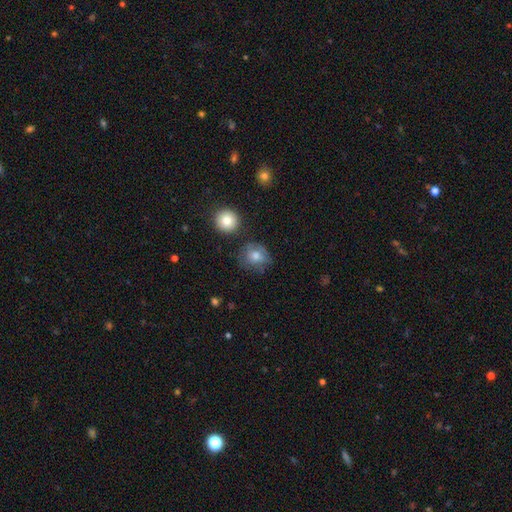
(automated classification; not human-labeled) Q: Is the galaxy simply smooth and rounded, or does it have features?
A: smooth — 68%.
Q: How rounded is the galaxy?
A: round — 79%.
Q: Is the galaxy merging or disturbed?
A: none — 65%.